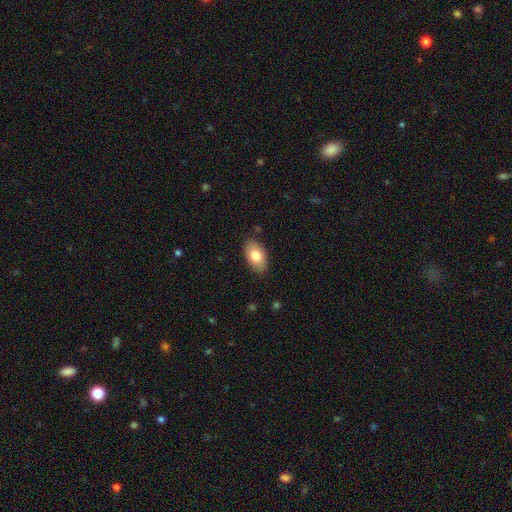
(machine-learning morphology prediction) Smooth or featured?
  - smooth: 80% *
  - featured or disk: 14%
  - star or artifact: 7%
How rounded?
  - in between: 93% *
  - round: 6%
  - cigar-shaped: 1%
Merging?
  - none: 86% *
  - minor disturbance: 11%
  - major disturbance: 2%
  - merger: 1%